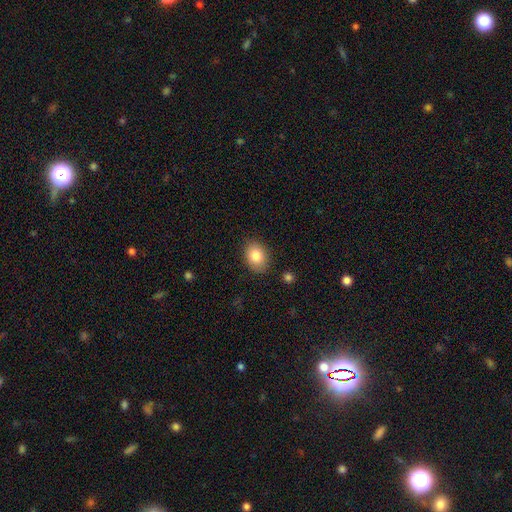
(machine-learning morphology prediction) Q: Smooth or featured?
A: smooth (83%); runner-up: featured or disk (9%)
Q: How rounded?
A: in between (73%); runner-up: round (26%)
Q: Merging?
A: none (84%); runner-up: minor disturbance (12%)